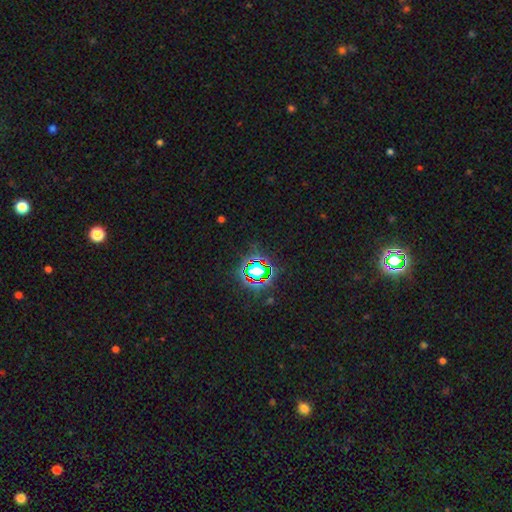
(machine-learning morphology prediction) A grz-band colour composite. It shows a star or artifact, not a galaxy (78%).